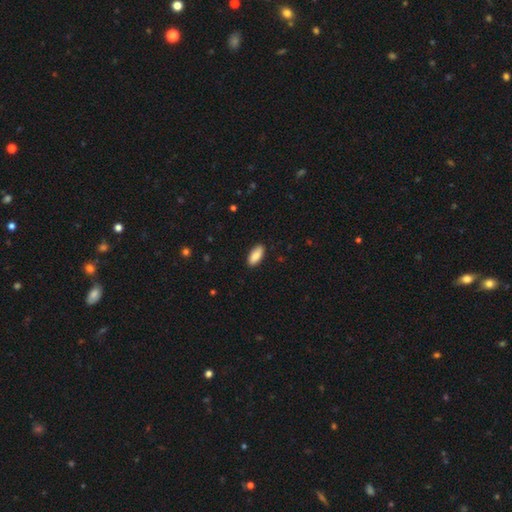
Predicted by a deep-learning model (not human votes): A smooth galaxy with no disk features (89%) that is in between round and cigar-shaped (87%). Merging: none (88%).